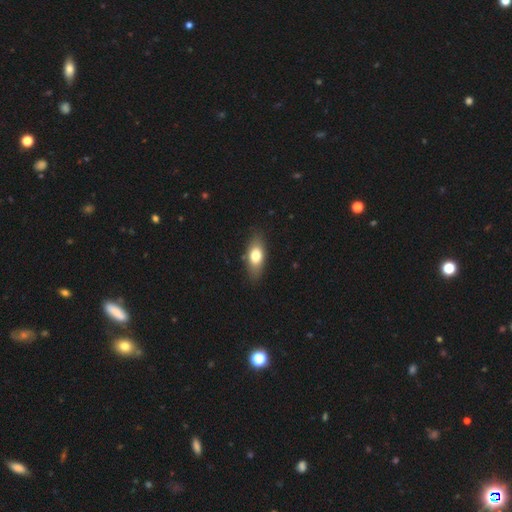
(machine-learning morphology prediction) Smooth or featured? smooth (72%)
How rounded? in between (80%)
Merging? none (83%)